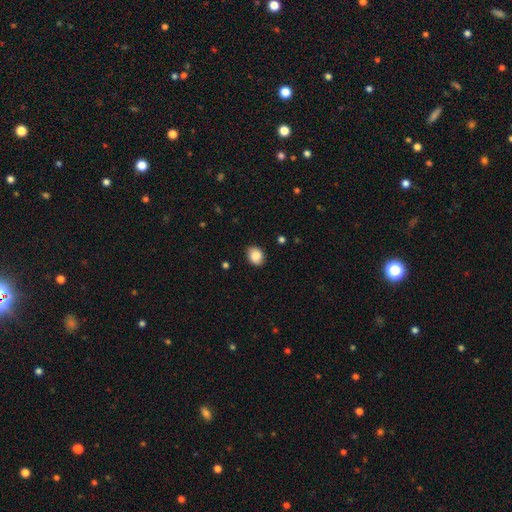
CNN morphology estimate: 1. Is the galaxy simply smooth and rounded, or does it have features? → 87% smooth, 8% star or artifact, 5% featured or disk.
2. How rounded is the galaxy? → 53% in between, 46% round, 1% cigar-shaped.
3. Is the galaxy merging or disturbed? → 85% none, 11% minor disturbance, 2% major disturbance, 1% merger.